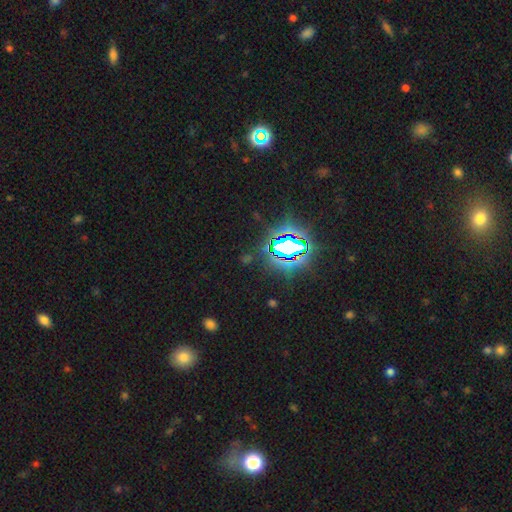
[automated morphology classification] smooth_or_featured: star or artifact (p=0.81) [alt: smooth p=0.12]